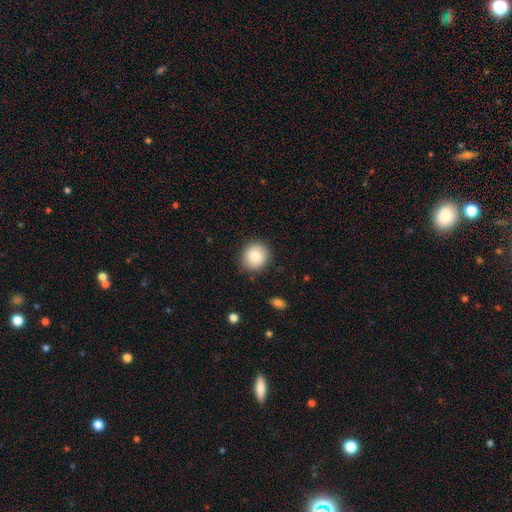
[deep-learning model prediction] Smooth or featured: smooth — 86% (star or artifact — 8%)
How rounded: round — 87% (in between — 13%)
Merging: none — 87% (minor disturbance — 9%)